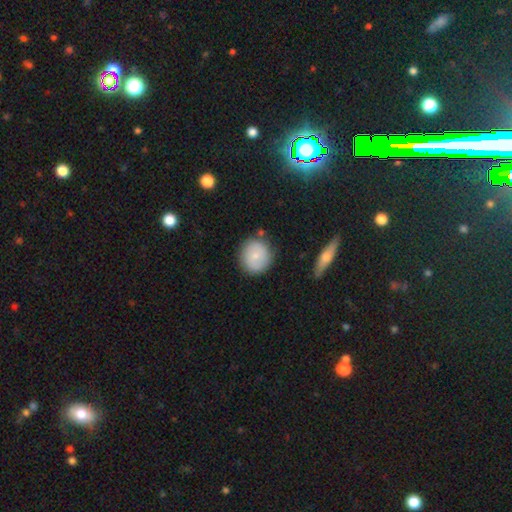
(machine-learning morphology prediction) type=smooth (70%); roundness=round (89%); merging=none (82%).